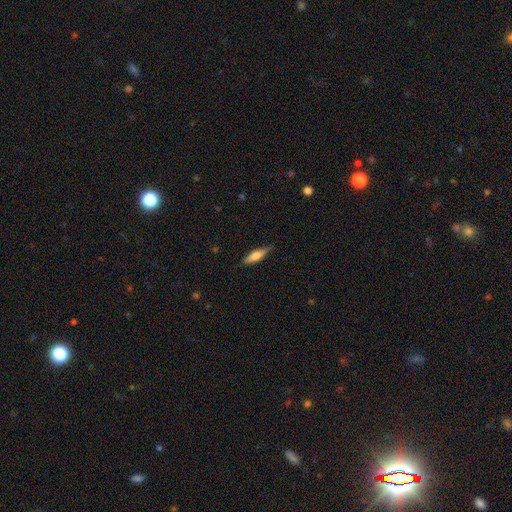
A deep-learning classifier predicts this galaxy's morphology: The model was most divided on "smooth or featured": smooth: 53%, featured or disk: 41%, star or artifact: 6%. More confident: merging — none (84%); how rounded — cigar-shaped (69%).